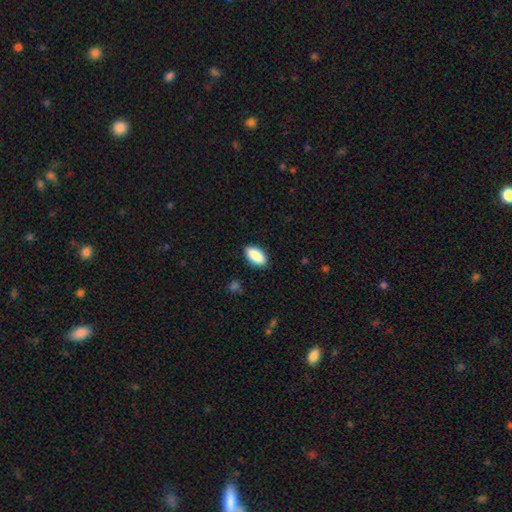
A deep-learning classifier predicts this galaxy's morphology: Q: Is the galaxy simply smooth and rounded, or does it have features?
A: smooth — 90%.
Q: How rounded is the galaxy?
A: in between — 92%.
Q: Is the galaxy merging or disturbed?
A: none — 88%.